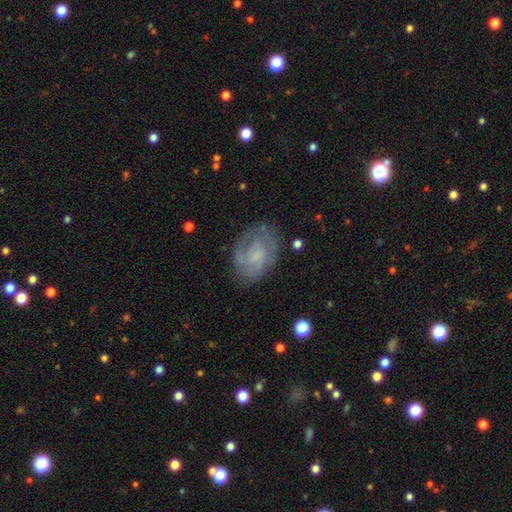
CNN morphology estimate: Q: Smooth or featured?
A: featured or disk (68%); runner-up: smooth (25%)
Q: Edge-on disk?
A: no (97%); runner-up: yes (3%)
Q: Bar?
A: no (63%); runner-up: weak (32%)
Q: Spiral arms?
A: yes (86%); runner-up: no (14%)
Q: Spiral winding?
A: tight (47%); runner-up: medium (38%)
Q: Spiral arm count?
A: 2 (42%); runner-up: can't tell (32%)
Q: Bulge size?
A: small (43%); runner-up: none (37%)
Q: Merging?
A: none (71%); runner-up: minor disturbance (18%)